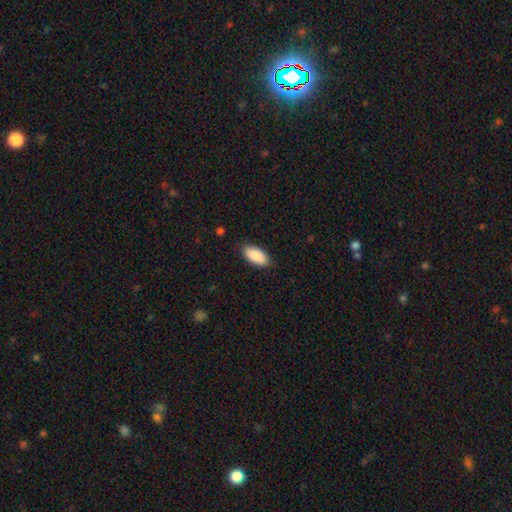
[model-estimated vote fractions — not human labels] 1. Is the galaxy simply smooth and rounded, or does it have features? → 89% smooth, 6% star or artifact, 5% featured or disk.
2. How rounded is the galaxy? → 92% in between, 6% cigar-shaped, 2% round.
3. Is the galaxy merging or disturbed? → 85% none, 12% minor disturbance, 2% major disturbance, 1% merger.